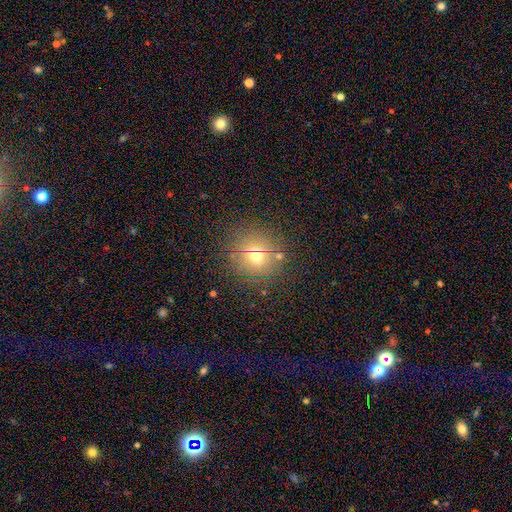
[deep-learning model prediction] A smooth galaxy with no disk features (63%) that is round (90%).

Vote fractions:
- Smooth or featured? smooth: 63% / star or artifact: 22% / featured or disk: 15%
- How rounded? round: 90% / in between: 9% / cigar-shaped: 1%
- Merging? none: 83% / minor disturbance: 10% / major disturbance: 4% / merger: 4%